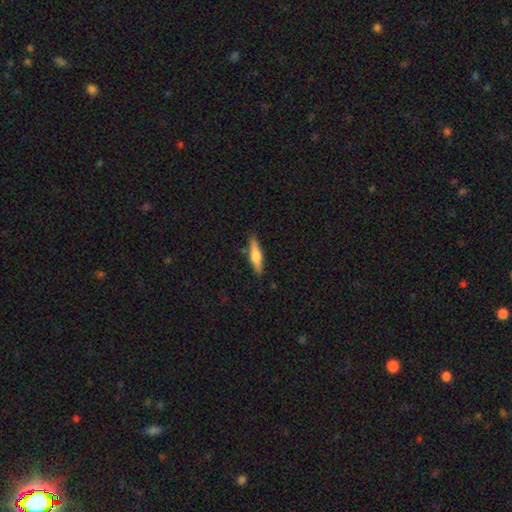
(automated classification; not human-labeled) smooth 56%, featured or disk 38%, star or artifact 6%. Down the decision tree: how rounded — cigar-shaped (71%); merging — none (86%).